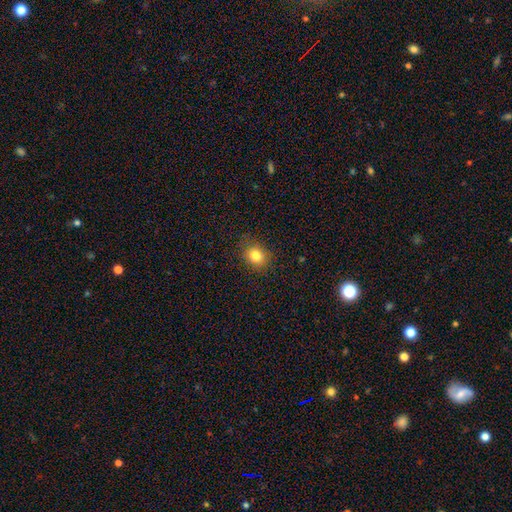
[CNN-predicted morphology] The model was most divided on "how rounded": round: 63%, in between: 36%, cigar-shaped: 1%. More confident: merging — none (86%); smooth or featured — smooth (82%).